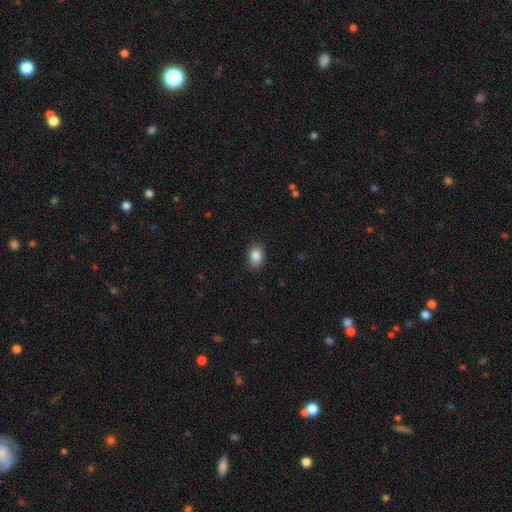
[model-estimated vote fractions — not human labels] smooth_or_featured: smooth (p=0.87) [alt: star or artifact p=0.08]
how_rounded: in between (p=0.81) [alt: round p=0.18]
merging: none (p=0.85) [alt: minor disturbance p=0.11]